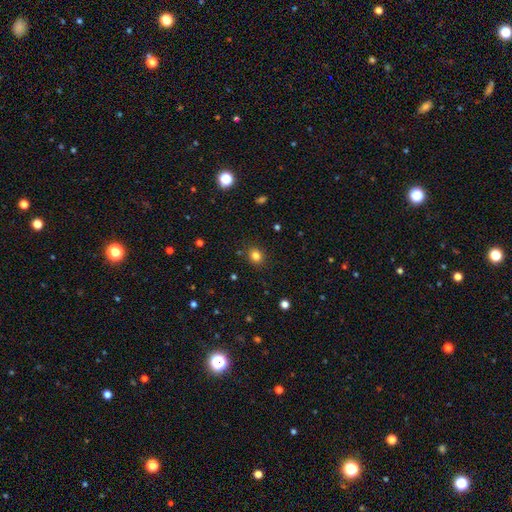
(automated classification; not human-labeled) The model was most divided on "how rounded": round: 74%, in between: 25%, cigar-shaped: 1%. More confident: merging — none (87%); smooth or featured — smooth (81%).